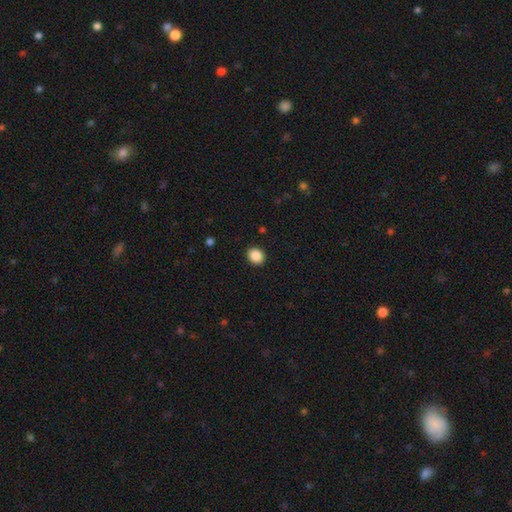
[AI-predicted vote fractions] The model was most divided on "how rounded": round: 68%, in between: 31%, cigar-shaped: 1%. More confident: merging — none (92%); smooth or featured — smooth (88%).